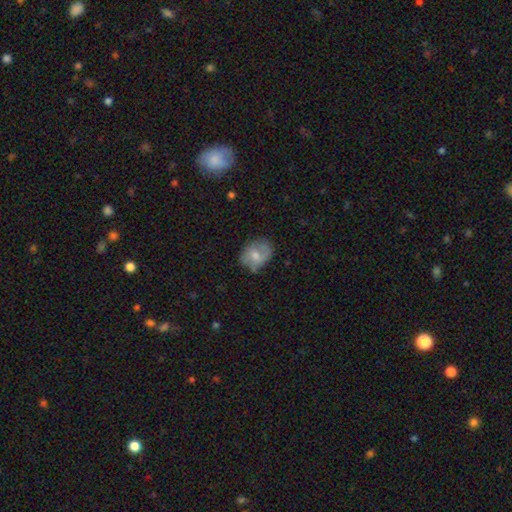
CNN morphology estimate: A smooth galaxy with no disk features (63%) that is in between round and cigar-shaped (59%). Merging: none (57%).